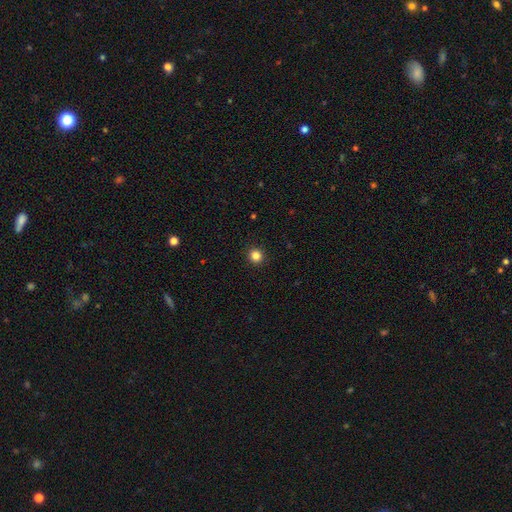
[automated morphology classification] Smooth or featured: smooth — 84% (star or artifact — 12%)
How rounded: round — 94% (in between — 6%)
Merging: none — 93% (minor disturbance — 4%)